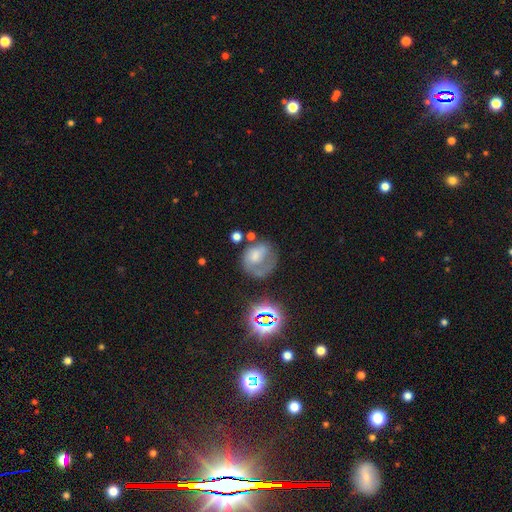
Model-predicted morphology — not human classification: This is possibly a smooth galaxy (45%). Merging: marginally none (42%).